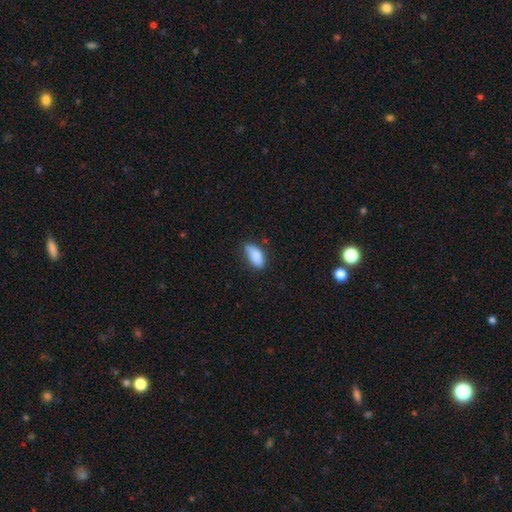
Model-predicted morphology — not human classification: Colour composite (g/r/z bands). It shows a smooth galaxy with no disk features (84%) that is in between round and cigar-shaped (84%). Merging: none (67%).